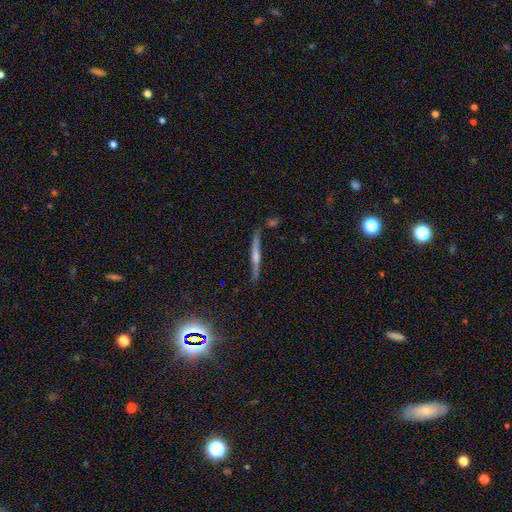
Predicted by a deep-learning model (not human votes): smooth-or-featured: featured or disk: 66% | smooth: 22% | star or artifact: 12%
  disk-edge-on: yes: 91% | no: 9%
    edge-on-bulge: rounded: 61% | none: 23% | boxy: 15%
  merging: none: 73% | minor disturbance: 17% | merger: 5% | major disturbance: 5%